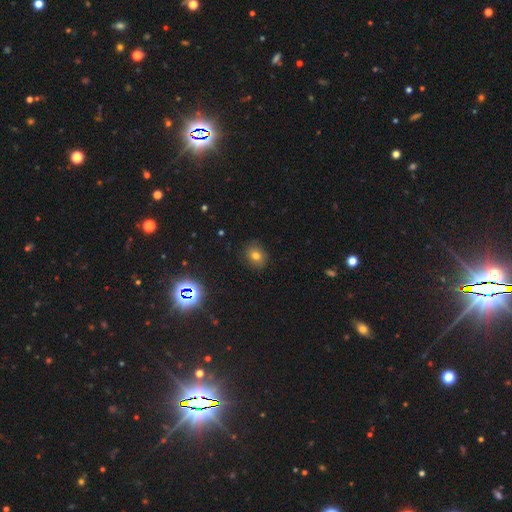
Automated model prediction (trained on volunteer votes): smooth-or-featured: smooth: 72% | star or artifact: 17% | featured or disk: 10%
  how-rounded: round: 60% | in between: 39% | cigar-shaped: 1%
  merging: none: 86% | minor disturbance: 10% | major disturbance: 3% | merger: 1%